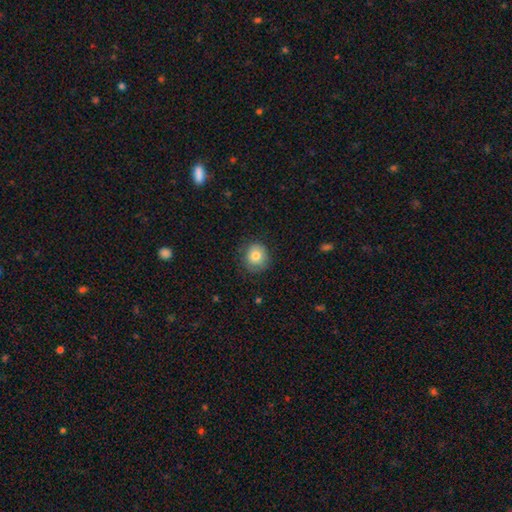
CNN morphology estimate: A smooth galaxy with no disk features (80%) that is round (84%). Merging: none (78%).